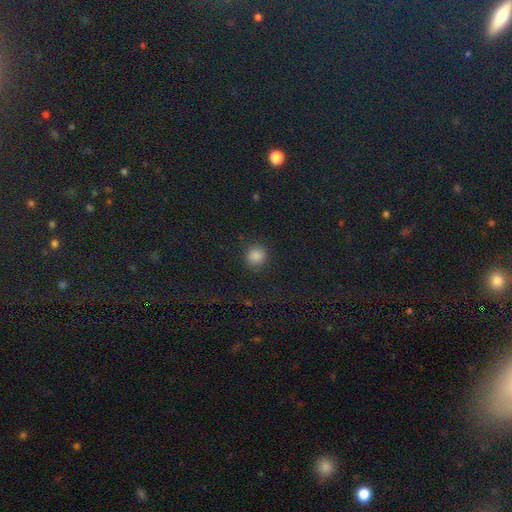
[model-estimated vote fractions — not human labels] Smooth or featured? Predicted: smooth (p=0.82). How rounded? Predicted: round (p=0.88). Merging? Predicted: none (p=0.88).